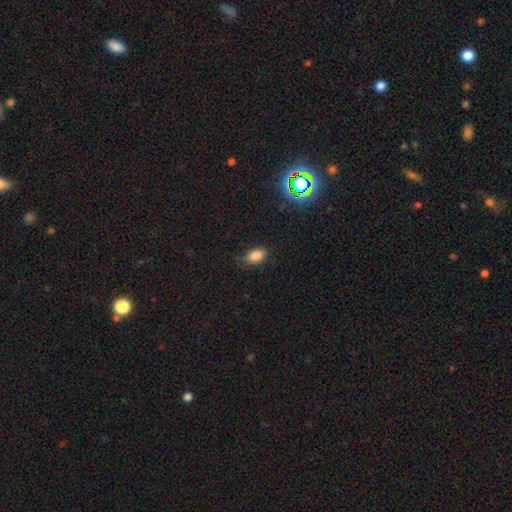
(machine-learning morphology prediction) smooth-or-featured: smooth: 82% | star or artifact: 12% | featured or disk: 6%
  how-rounded: in between: 89% | round: 7% | cigar-shaped: 4%
  merging: none: 75% | minor disturbance: 20% | major disturbance: 4% | merger: 1%